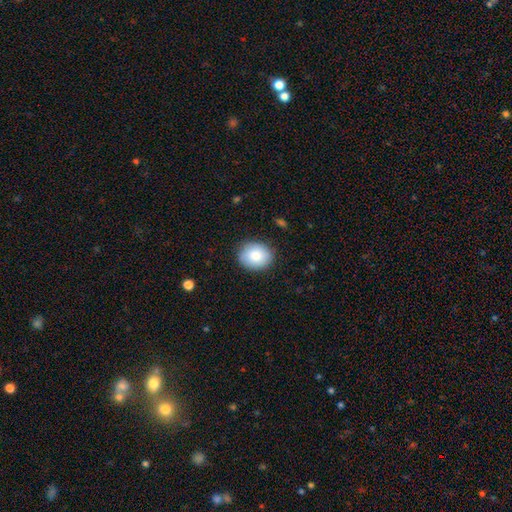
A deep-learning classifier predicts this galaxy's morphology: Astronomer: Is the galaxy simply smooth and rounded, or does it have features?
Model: smooth — 83%.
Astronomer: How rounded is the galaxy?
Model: round — 61% (runner-up: in between, 38%).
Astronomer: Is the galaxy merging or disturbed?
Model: none — 86%.